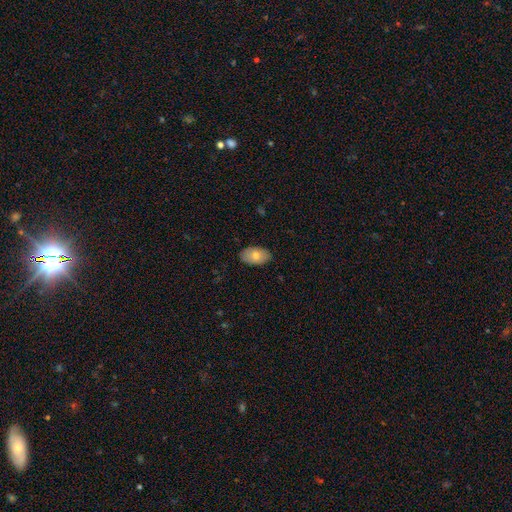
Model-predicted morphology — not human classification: This appears to be a smooth galaxy with no disk features (74%) that is in between round and cigar-shaped (93%). Merging: none (86%).